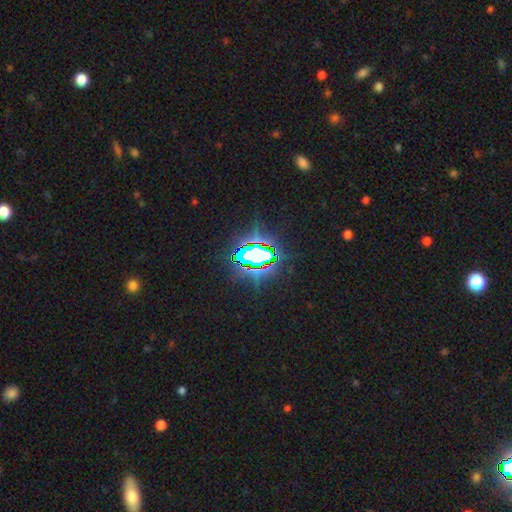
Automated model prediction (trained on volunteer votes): smooth_or_featured: star or artifact (p=0.71) [alt: smooth p=0.17]